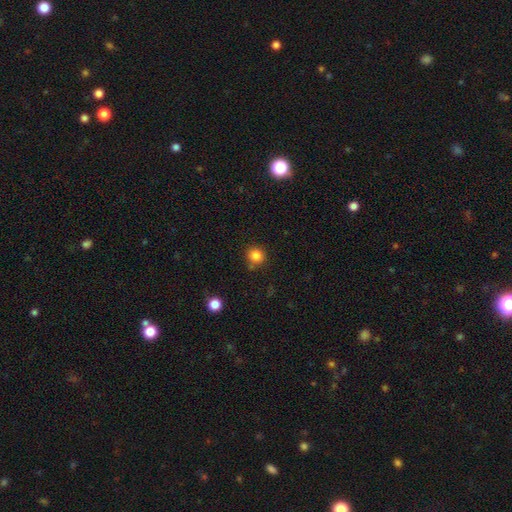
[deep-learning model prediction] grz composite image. It shows a smooth galaxy with no disk features (84%) that is round (91%). Merging: none (80%).